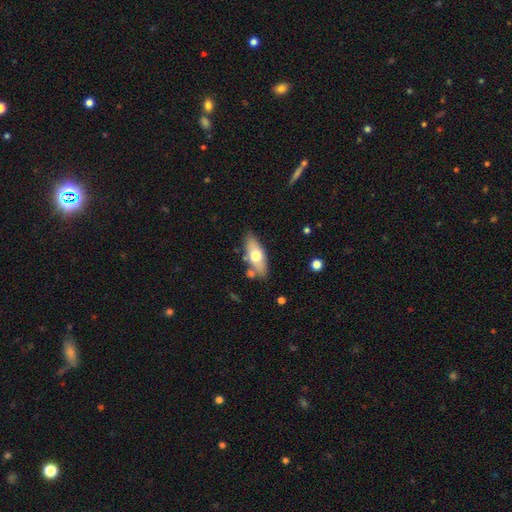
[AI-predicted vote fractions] Q: Smooth or featured?
A: smooth (59%); runner-up: featured or disk (35%)
Q: How rounded?
A: in between (73%); runner-up: cigar-shaped (24%)
Q: Merging?
A: none (75%); runner-up: minor disturbance (15%)